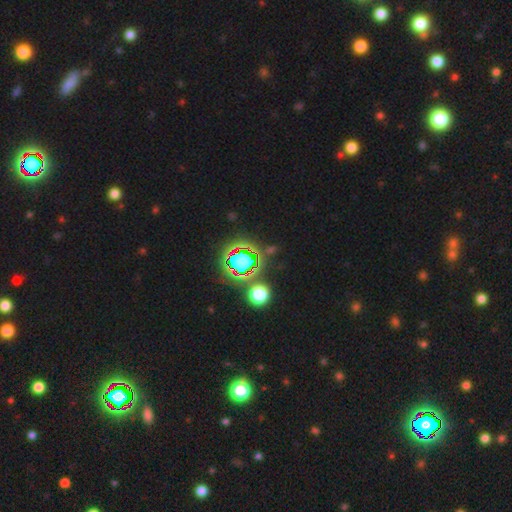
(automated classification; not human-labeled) This is clearly a star or artifact rather than a galaxy (81%).